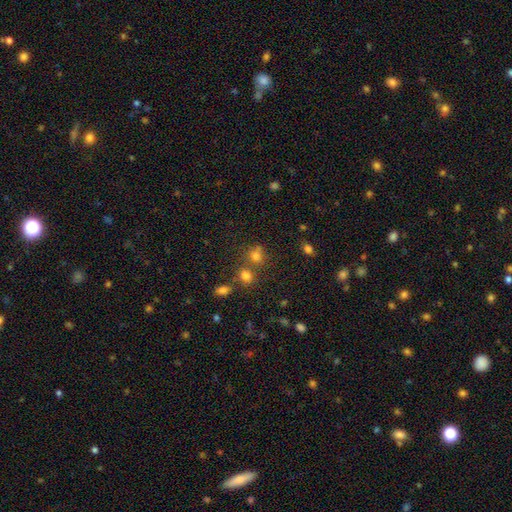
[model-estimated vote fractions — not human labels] Morphology: type=smooth (72%); roundness=round (79%); merging=none (56%).